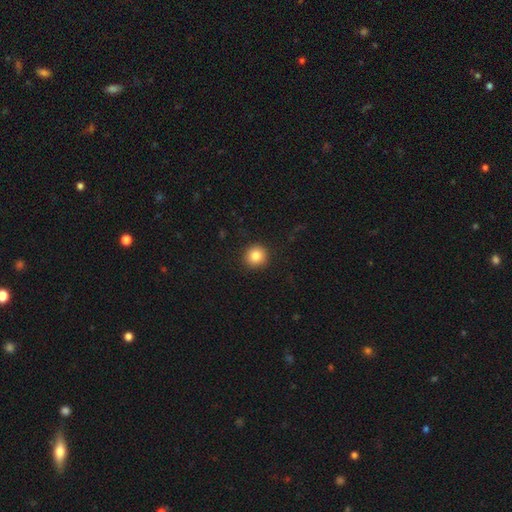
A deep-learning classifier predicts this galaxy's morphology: Q: Smooth or featured?
A: smooth (85%); runner-up: star or artifact (10%)
Q: How rounded?
A: round (92%); runner-up: in between (7%)
Q: Merging?
A: none (91%); runner-up: minor disturbance (6%)